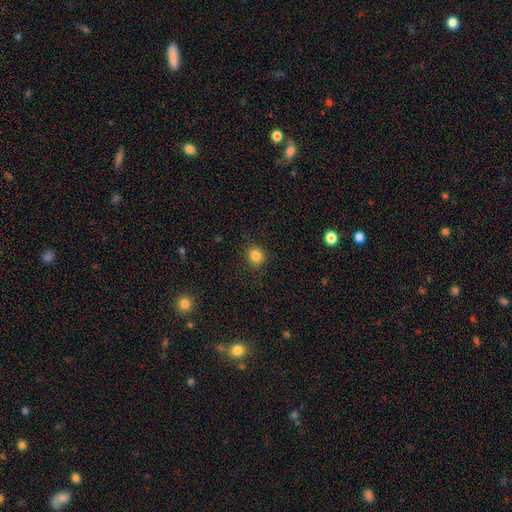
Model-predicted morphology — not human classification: A smooth galaxy with no disk features (84%) that is round (80%).

Vote fractions:
- Smooth or featured? smooth: 84% / star or artifact: 11% / featured or disk: 5%
- How rounded? round: 80% / in between: 19% / cigar-shaped: 1%
- Merging? none: 88% / minor disturbance: 9% / major disturbance: 3% / merger: 1%